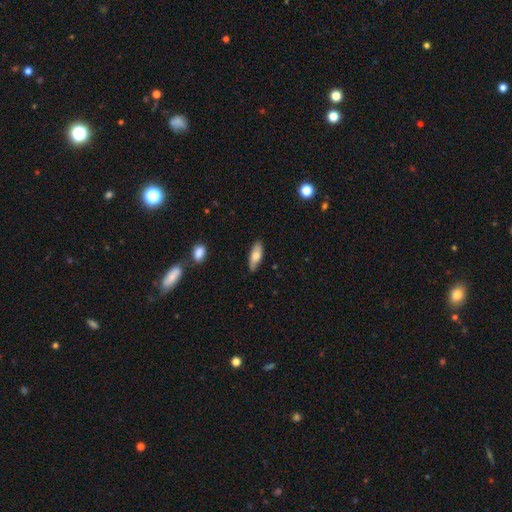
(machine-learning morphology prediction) type=smooth (74%); roundness=in between (72%); merging=none (82%).